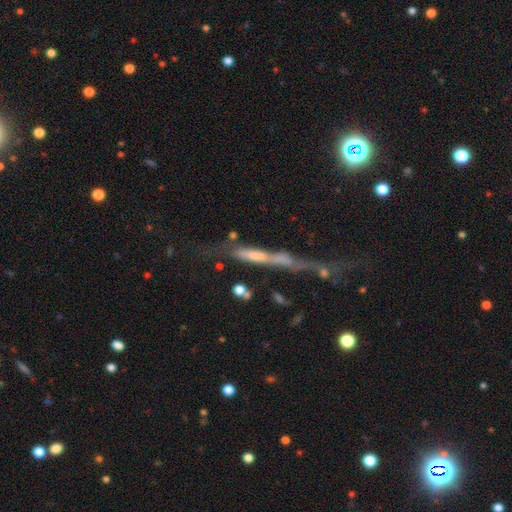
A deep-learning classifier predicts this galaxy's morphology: Overall: featured or disk (60%; smooth 21%). Edge-on disk: yes (79%). Merging: none (47%; major disturbance 24%).